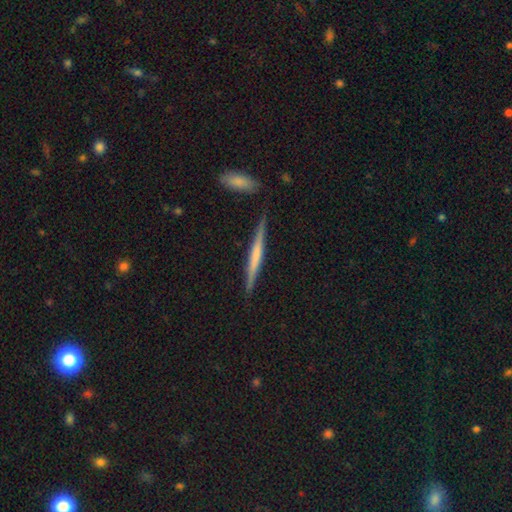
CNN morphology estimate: smooth-or-featured: featured or disk: 53% | smooth: 41% | star or artifact: 5%
  disk-edge-on: yes: 97% | no: 3%
    edge-on-bulge: none: 66% | rounded: 20% | boxy: 14%
  merging: none: 88% | minor disturbance: 8% | merger: 2% | major disturbance: 2%